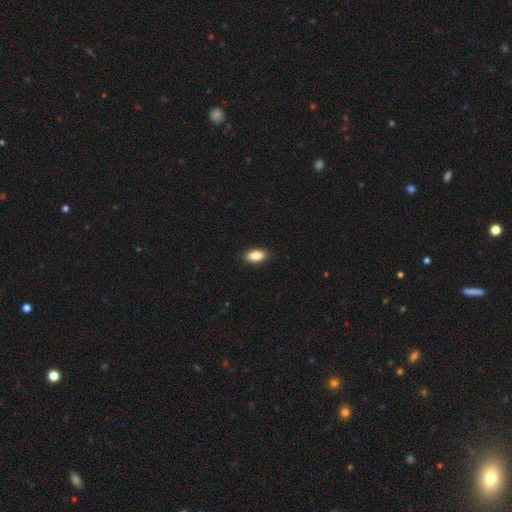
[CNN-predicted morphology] Smooth or featured?
  - smooth: 87% *
  - star or artifact: 7%
  - featured or disk: 6%
How rounded?
  - in between: 91% *
  - cigar-shaped: 6%
  - round: 3%
Merging?
  - none: 89% *
  - minor disturbance: 8%
  - major disturbance: 2%
  - merger: 1%